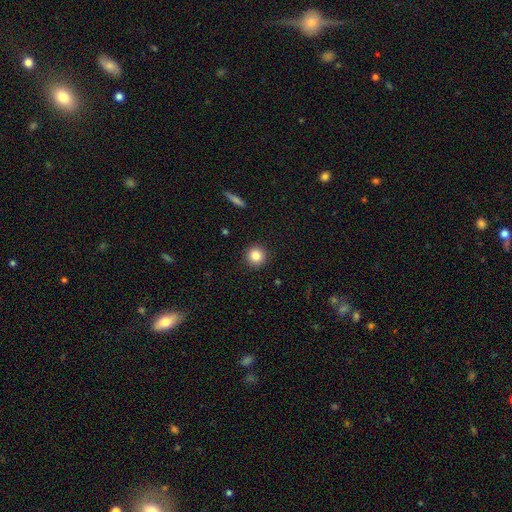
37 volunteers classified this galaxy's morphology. smooth 89%, star or artifact 11%, featured or disk 0%. Down the decision tree: how rounded — round (94%); merging — none (85%).